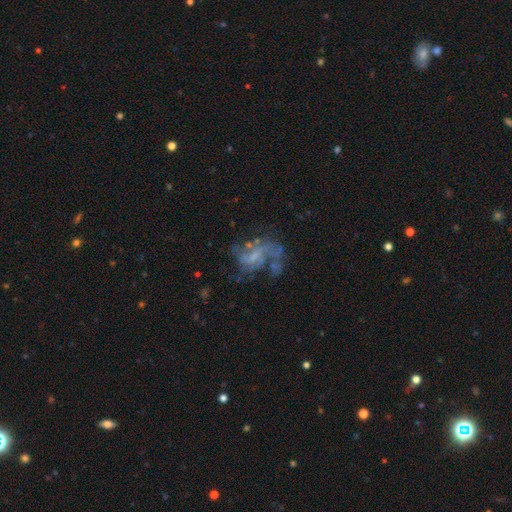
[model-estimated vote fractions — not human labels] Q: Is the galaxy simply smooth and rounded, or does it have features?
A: featured or disk — 69%.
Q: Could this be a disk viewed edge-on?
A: no — 98%.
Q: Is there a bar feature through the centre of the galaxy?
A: no — 54%.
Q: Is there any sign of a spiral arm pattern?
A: yes — 58%.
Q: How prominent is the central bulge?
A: none — 42%.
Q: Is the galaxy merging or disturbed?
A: major disturbance — 37%.